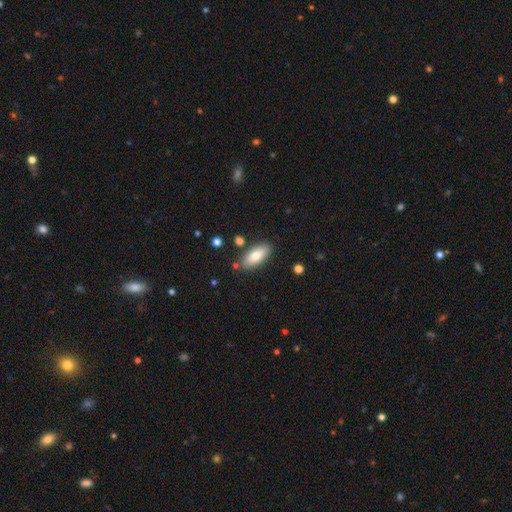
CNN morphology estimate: Smooth or featured? Predicted: smooth (p=0.74). How rounded? Predicted: in between (p=0.83). Merging? Predicted: none (p=0.83).